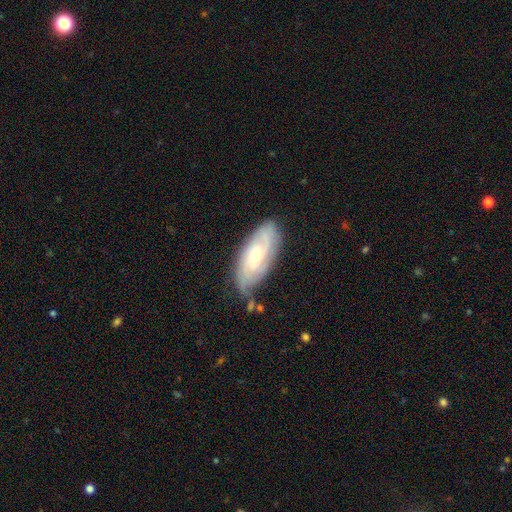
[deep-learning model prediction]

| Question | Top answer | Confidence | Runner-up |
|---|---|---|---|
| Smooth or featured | featured or disk | 69% | smooth (25%) |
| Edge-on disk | no | 90% | yes (10%) |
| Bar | no | 67% | weak (28%) |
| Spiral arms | yes | 91% | no (9%) |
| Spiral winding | tight | 61% | medium (30%) |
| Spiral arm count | can't tell | 40% | 2 (29%) |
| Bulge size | small | 51% | moderate (44%) |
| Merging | none | 71% | minor disturbance (22%) |